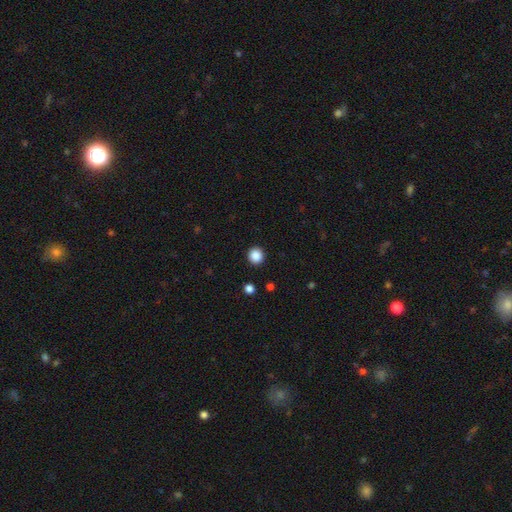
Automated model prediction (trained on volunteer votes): smooth 88%, star or artifact 10%, featured or disk 2%. Down the decision tree: how rounded — round (93%); merging — none (93%).